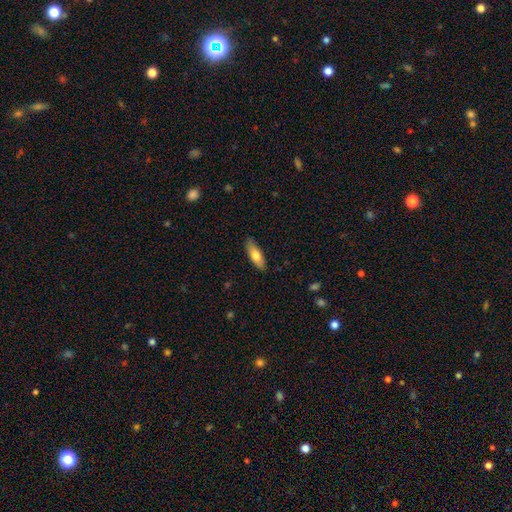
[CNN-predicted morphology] type=smooth (70%); roundness=in between (59%); merging=none (84%).